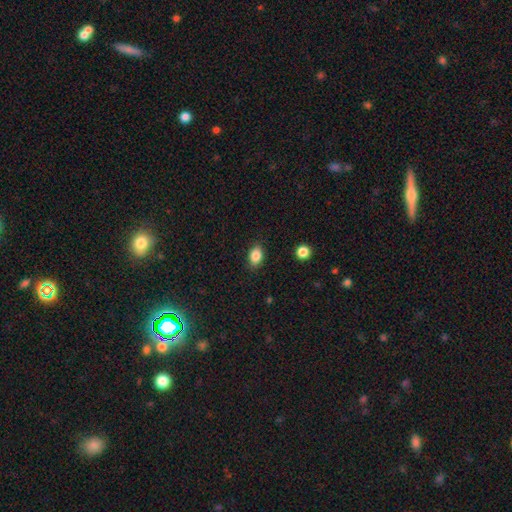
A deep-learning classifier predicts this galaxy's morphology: smooth-or-featured: smooth: 85% | star or artifact: 9% | featured or disk: 6%
  how-rounded: in between: 79% | round: 19% | cigar-shaped: 2%
  merging: none: 86% | minor disturbance: 11% | major disturbance: 3% | merger: 1%